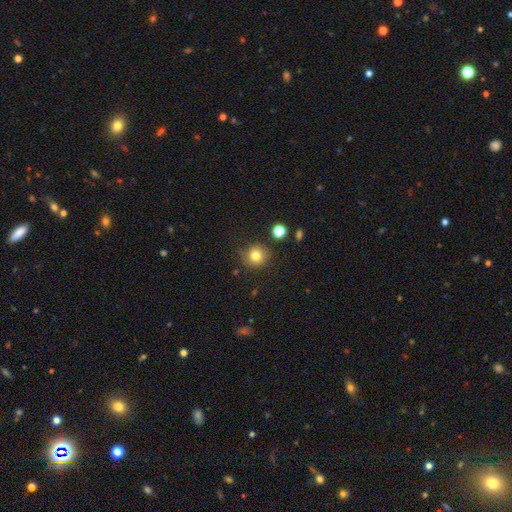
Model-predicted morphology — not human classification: A smooth galaxy with no disk features (79%) that is round (91%). Merging: none (80%).